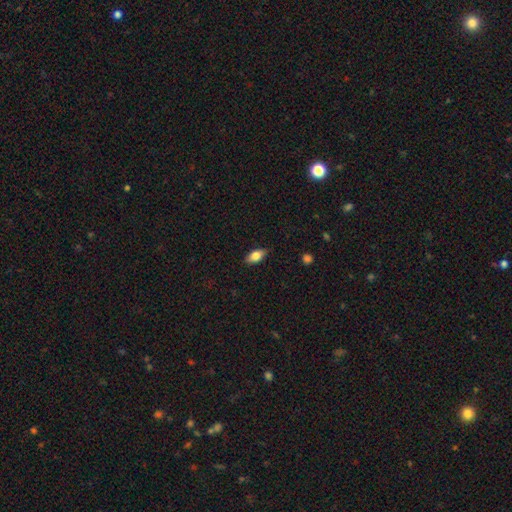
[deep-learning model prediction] A smooth galaxy with no disk features (80%) that is in between round and cigar-shaped (89%). Merging: none (84%).